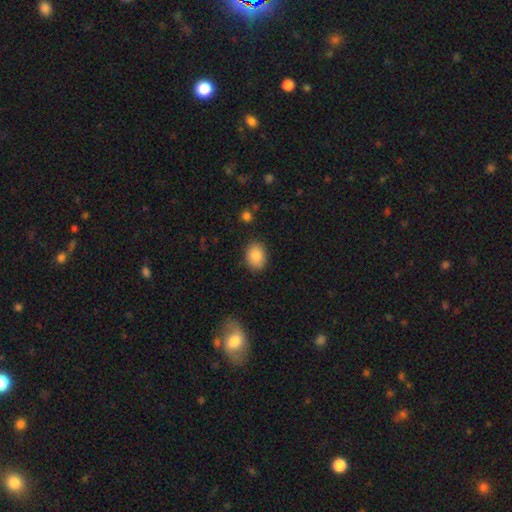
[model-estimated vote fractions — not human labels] The model was most divided on "how rounded": in between: 66%, round: 33%, cigar-shaped: 1%. More confident: smooth or featured — smooth (86%); merging — none (84%).